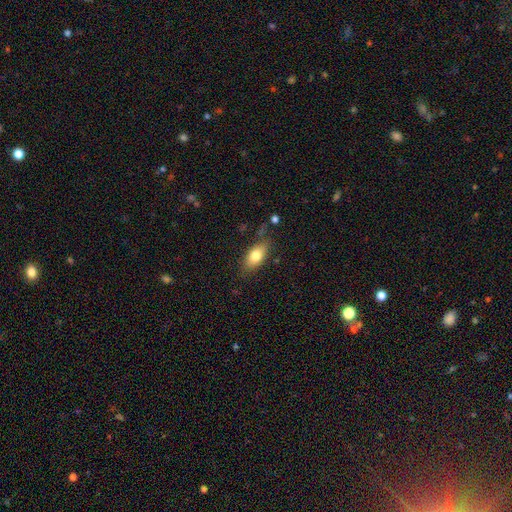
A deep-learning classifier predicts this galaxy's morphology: A smooth galaxy with no disk features (78%) that is in between round and cigar-shaped (86%).

Vote fractions:
- Smooth or featured? smooth: 78% / featured or disk: 15% / star or artifact: 7%
- How rounded? in between: 86% / cigar-shaped: 8% / round: 6%
- Merging? none: 74% / minor disturbance: 18% / major disturbance: 5% / merger: 3%